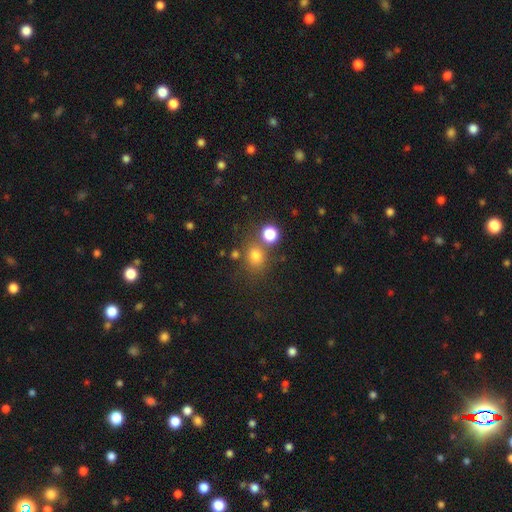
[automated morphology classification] smooth-or-featured: smooth: 76% | star or artifact: 17% | featured or disk: 7%
  how-rounded: round: 69% | in between: 29% | cigar-shaped: 1%
  merging: none: 66% | merger: 19% | minor disturbance: 11% | major disturbance: 5%